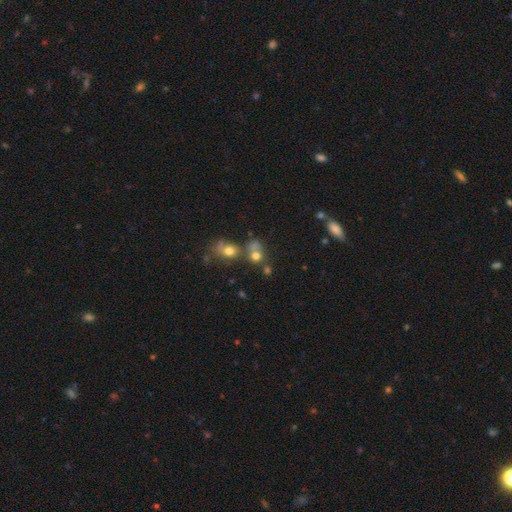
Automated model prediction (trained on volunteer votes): A smooth galaxy with no disk features (70%) that is round (76%). Merging: none (43%).